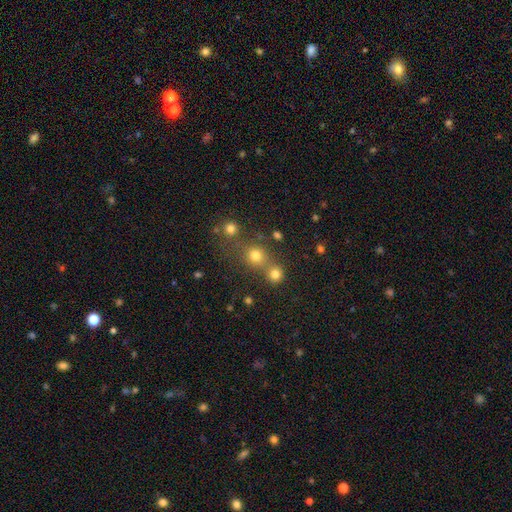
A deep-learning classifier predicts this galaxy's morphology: This is likely a smooth galaxy (71%). How rounded: clearly round (85%). Merging: possibly none (60%).